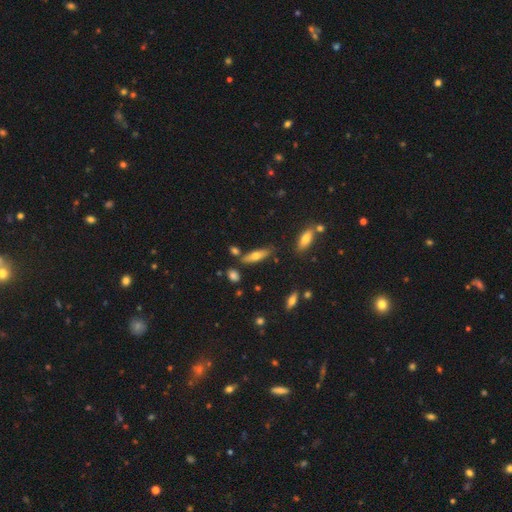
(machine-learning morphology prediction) Smooth or featured? Predicted: smooth (p=0.58). How rounded? Predicted: cigar-shaped (p=0.55). Merging? Predicted: none (p=0.72).